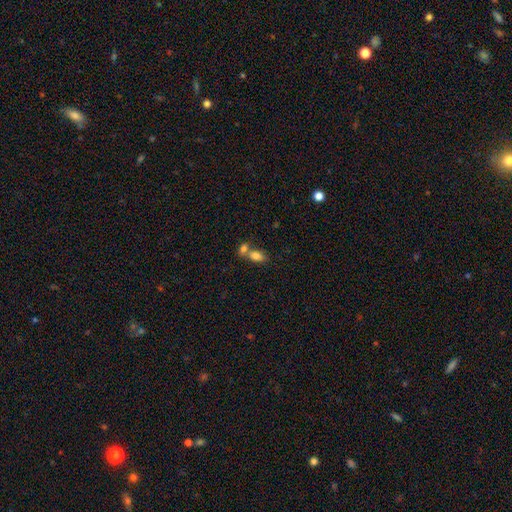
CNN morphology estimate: smooth-or-featured: smooth: 80% | featured or disk: 11% | star or artifact: 9%
  how-rounded: in between: 86% | round: 8% | cigar-shaped: 6%
  merging: merger: 54% | none: 34% | minor disturbance: 8% | major disturbance: 4%